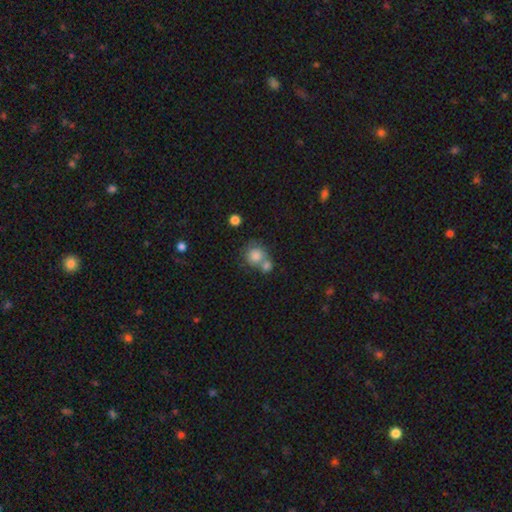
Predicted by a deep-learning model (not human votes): A smooth galaxy with no disk features (81%) that is round (84%). Merging: merger (44%).